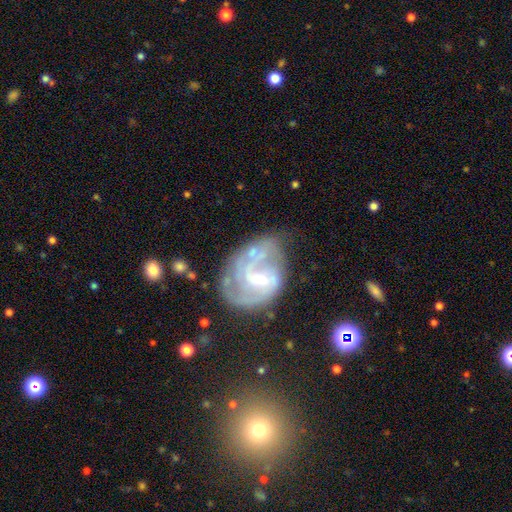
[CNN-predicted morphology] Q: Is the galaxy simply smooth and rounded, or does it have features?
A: featured or disk — 78%.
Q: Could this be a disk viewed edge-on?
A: no — 98%.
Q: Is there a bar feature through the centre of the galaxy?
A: weak — 56%.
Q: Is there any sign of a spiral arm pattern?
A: yes — 84%.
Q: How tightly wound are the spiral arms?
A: medium — 42%.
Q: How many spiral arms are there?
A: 2 — 40%.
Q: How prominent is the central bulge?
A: small — 46%.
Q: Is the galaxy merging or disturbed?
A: none — 48%.